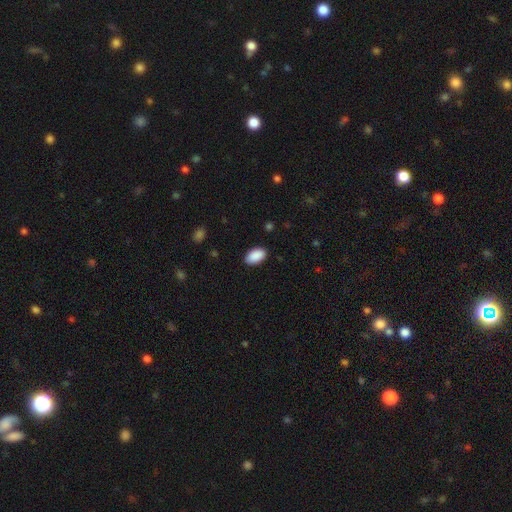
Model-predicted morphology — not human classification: Smooth or featured? Predicted: smooth (p=0.91). How rounded? Predicted: in between (p=0.94). Merging? Predicted: none (p=0.87).